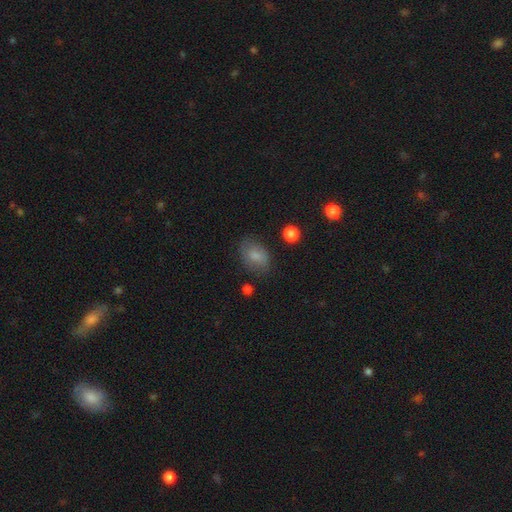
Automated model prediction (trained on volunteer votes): This appears to be a smooth galaxy with no disk features (76%) that is in between round and cigar-shaped (79%). Merging: none (71%).